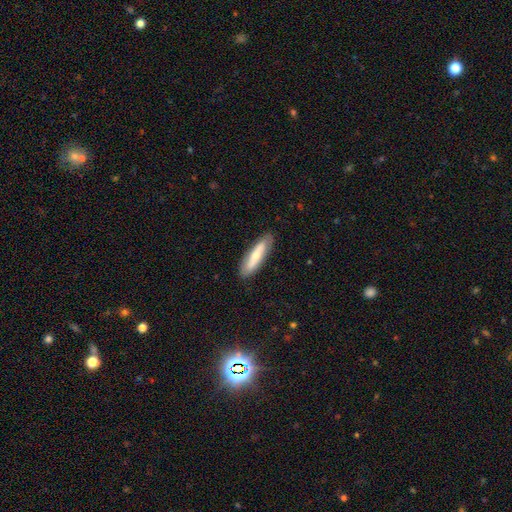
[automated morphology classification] smooth 61%, featured or disk 33%, star or artifact 6%. Down the decision tree: how rounded — cigar-shaped (72%); merging — none (86%).